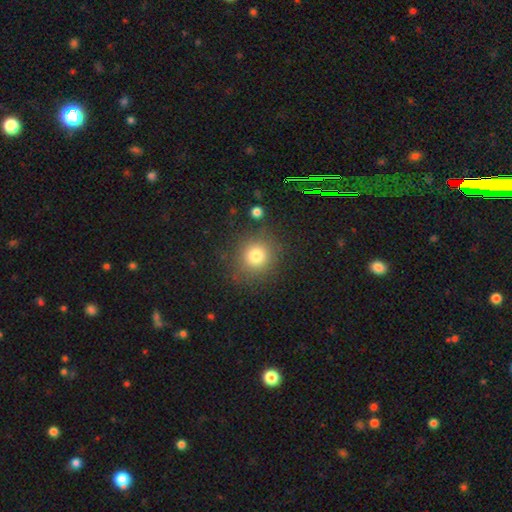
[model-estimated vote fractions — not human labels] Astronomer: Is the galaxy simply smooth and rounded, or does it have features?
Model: smooth — 79%.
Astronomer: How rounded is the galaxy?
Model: round — 87%.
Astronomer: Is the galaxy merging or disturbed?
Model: none — 83%.